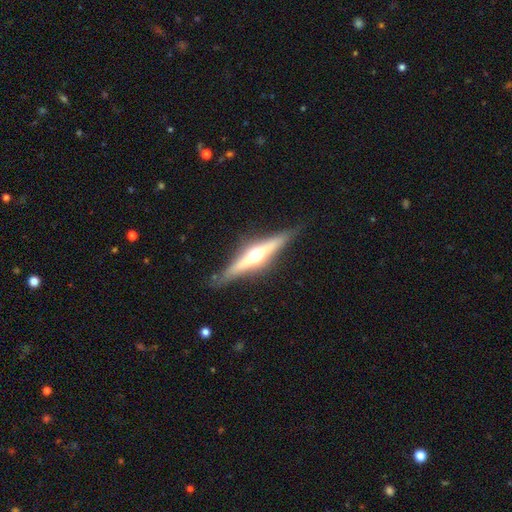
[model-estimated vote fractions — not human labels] This appears to be a featured or disk galaxy (73%) viewed edge-on (96%) with a rounded central bulge (94%). Merging: none (87%).